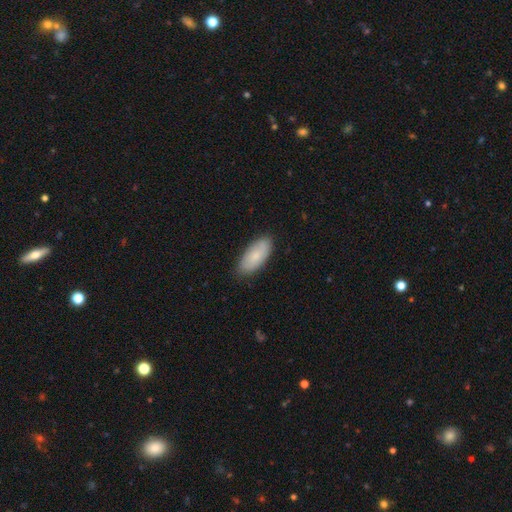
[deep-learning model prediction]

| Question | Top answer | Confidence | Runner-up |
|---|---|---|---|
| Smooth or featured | smooth | 80% | featured or disk (14%) |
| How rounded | in between | 88% | cigar-shaped (10%) |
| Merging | none | 84% | minor disturbance (13%) |